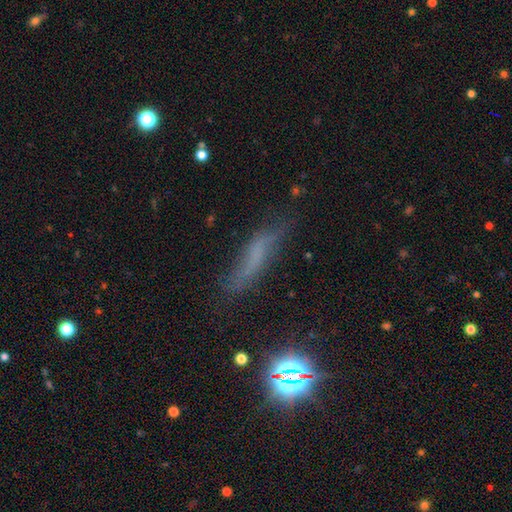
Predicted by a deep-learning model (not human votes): A smooth galaxy with no disk features (45%). Merging: none (60%).